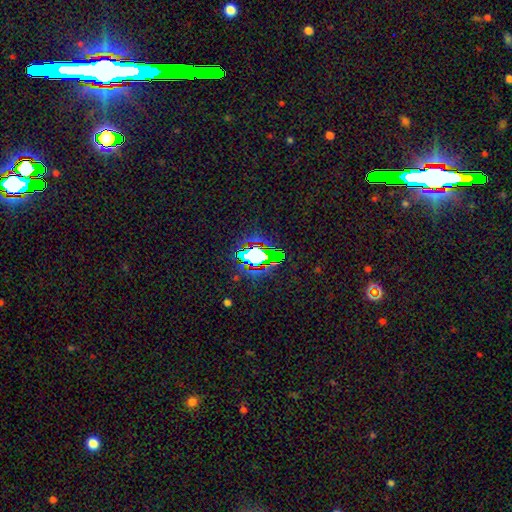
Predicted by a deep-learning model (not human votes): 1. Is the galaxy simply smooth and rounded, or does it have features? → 61% star or artifact, 25% smooth, 14% featured or disk.